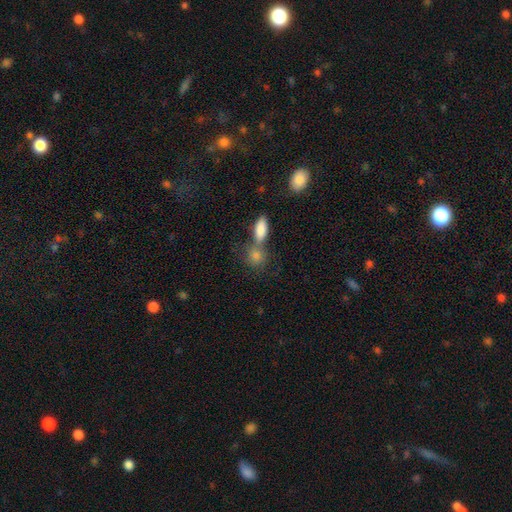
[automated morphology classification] A smooth galaxy with no disk features (80%) that is round (51%).

Vote fractions:
- Smooth or featured? smooth: 80% / star or artifact: 10% / featured or disk: 10%
- How rounded? round: 51% / in between: 41% / cigar-shaped: 8%
- Merging? none: 48% / merger: 38% / minor disturbance: 10% / major disturbance: 4%